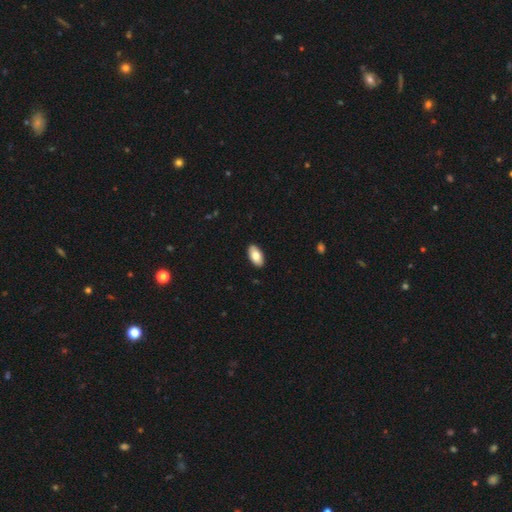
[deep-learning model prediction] Smooth or featured?
  - smooth: 80% *
  - featured or disk: 14%
  - star or artifact: 6%
How rounded?
  - in between: 94% *
  - cigar-shaped: 3%
  - round: 3%
Merging?
  - none: 90% *
  - minor disturbance: 7%
  - major disturbance: 2%
  - merger: 1%